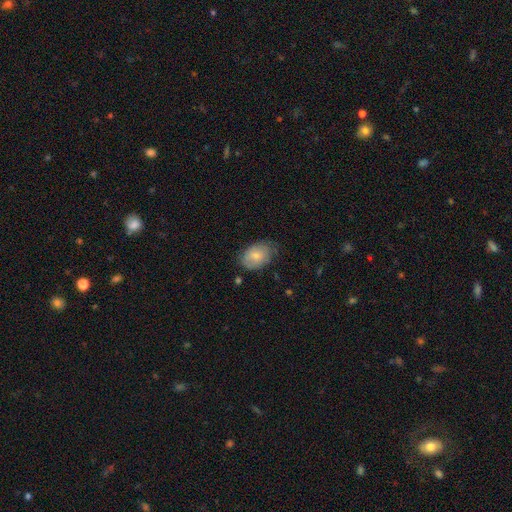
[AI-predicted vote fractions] Overall: smooth (76%). How rounded: in between (84%). Merging: none (66%; minor disturbance 27%).